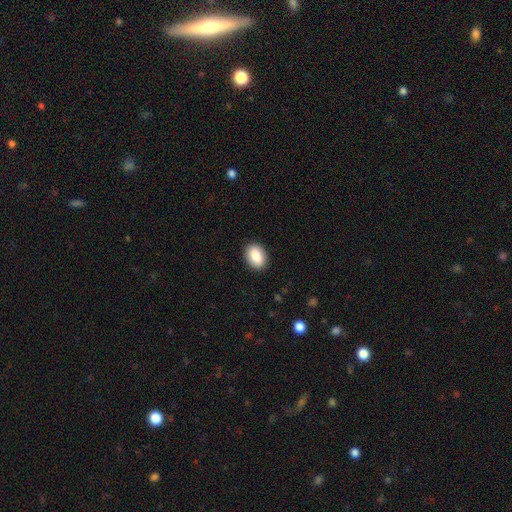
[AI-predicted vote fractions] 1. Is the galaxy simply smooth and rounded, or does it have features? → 86% smooth, 7% featured or disk, 7% star or artifact.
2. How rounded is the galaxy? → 80% in between, 19% round, 1% cigar-shaped.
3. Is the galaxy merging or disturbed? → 90% none, 7% minor disturbance, 2% major disturbance, 1% merger.